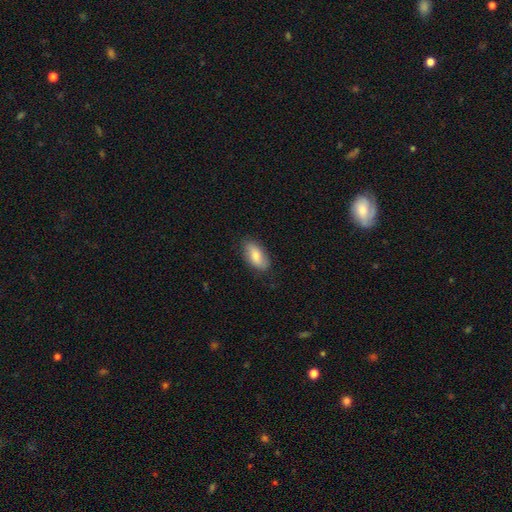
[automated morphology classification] This is likely a smooth galaxy (77%). How rounded: clearly in between (90%). Merging: clearly none (82%).